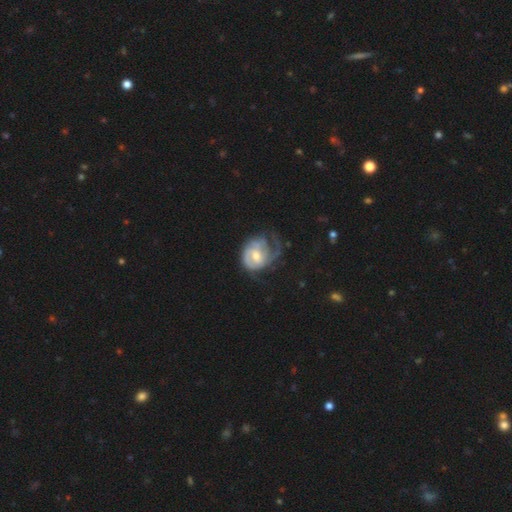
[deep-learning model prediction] Morphology: type=featured or disk (75%); edge-on=no (98%); bar=weak (47%); spiral arms=yes (88%); winding=tight (48%); arm count=2 (38%); bulge=moderate (59%); merging=major disturbance (38%).